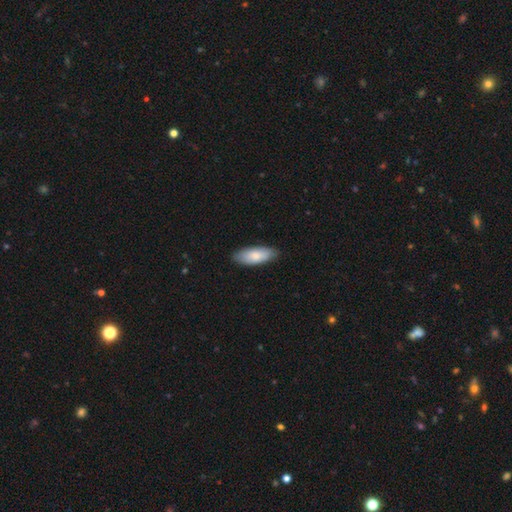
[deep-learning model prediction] smooth-or-featured: smooth: 81% | featured or disk: 14% | star or artifact: 5%
  how-rounded: in between: 79% | cigar-shaped: 19% | round: 2%
  merging: none: 84% | minor disturbance: 13% | major disturbance: 2% | merger: 1%